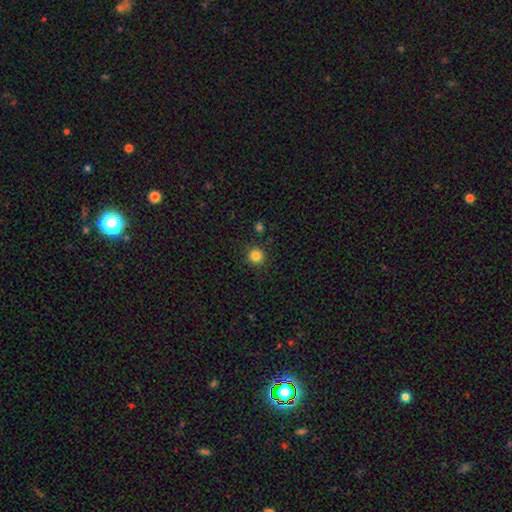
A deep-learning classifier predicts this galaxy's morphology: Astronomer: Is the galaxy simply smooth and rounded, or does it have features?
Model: smooth — 83%.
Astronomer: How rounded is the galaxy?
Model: round — 95%.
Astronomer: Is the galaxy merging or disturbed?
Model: none — 90%.